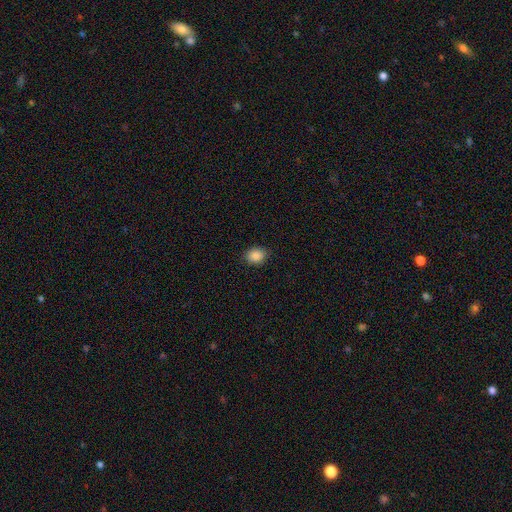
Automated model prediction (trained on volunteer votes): Q: Smooth or featured?
A: smooth (88%); runner-up: star or artifact (9%)
Q: How rounded?
A: in between (55%); runner-up: round (44%)
Q: Merging?
A: none (87%); runner-up: minor disturbance (10%)